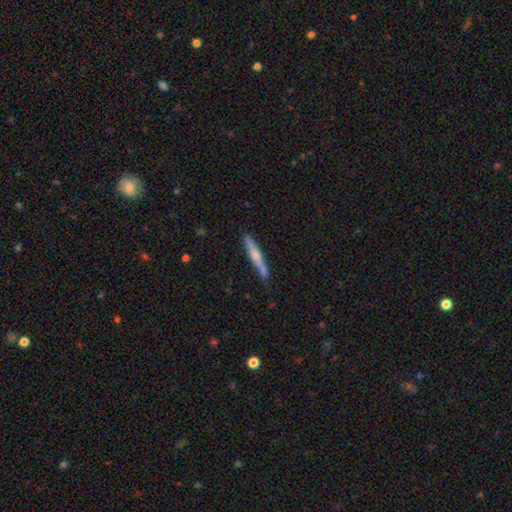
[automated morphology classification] Q: Smooth or featured?
A: featured or disk (49%); runner-up: smooth (46%)
Q: Merging?
A: none (78%); runner-up: minor disturbance (14%)